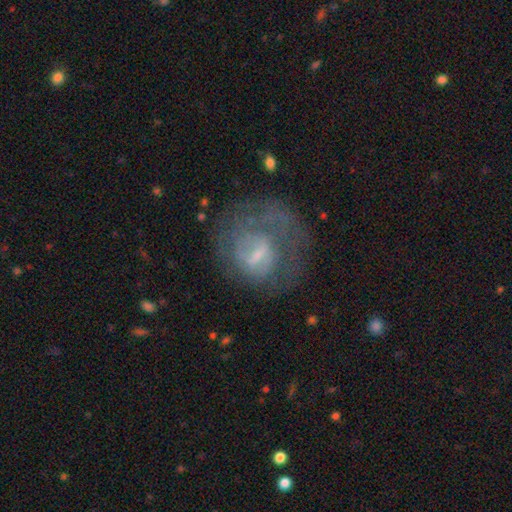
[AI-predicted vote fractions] featured or disk 62%, smooth 28%, star or artifact 10%. Down the decision tree: edge-on disk — no (97%); bar — weak (53%); spiral arms — yes (53%); bulge size — small (52%); merging — none (45%).